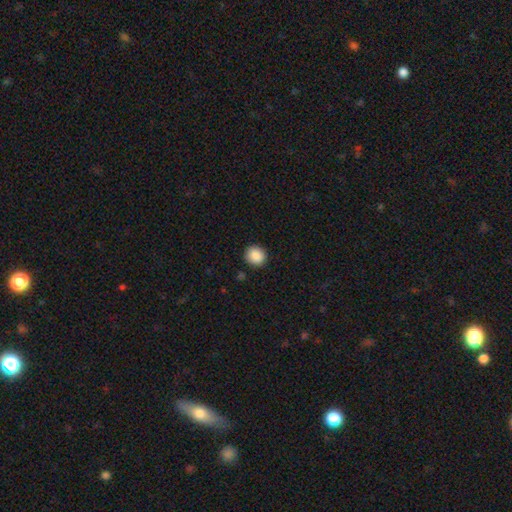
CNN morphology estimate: smooth 89%, star or artifact 8%, featured or disk 3%. Down the decision tree: how rounded — round (88%); merging — none (91%).